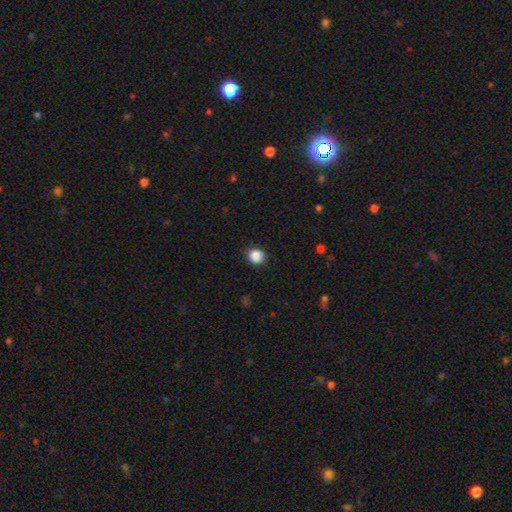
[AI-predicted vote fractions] Smooth or featured? Predicted: smooth (p=0.87). How rounded? Predicted: round (p=0.83). Merging? Predicted: none (p=0.89).